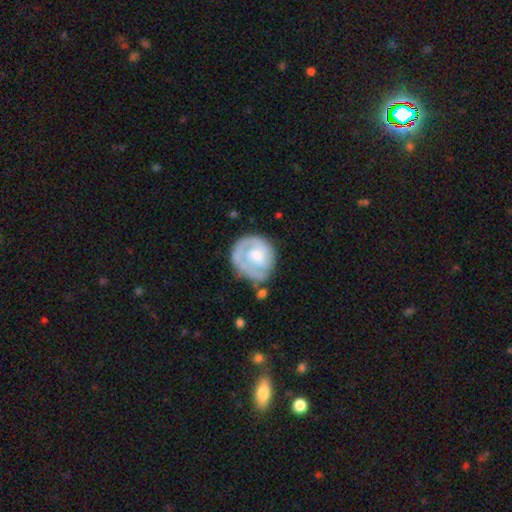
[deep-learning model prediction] This appears to be a featured or disk galaxy (62%) with no bar (69%), spiral arms (72%) and a moderate central bulge (42%). Merging: none (55%).